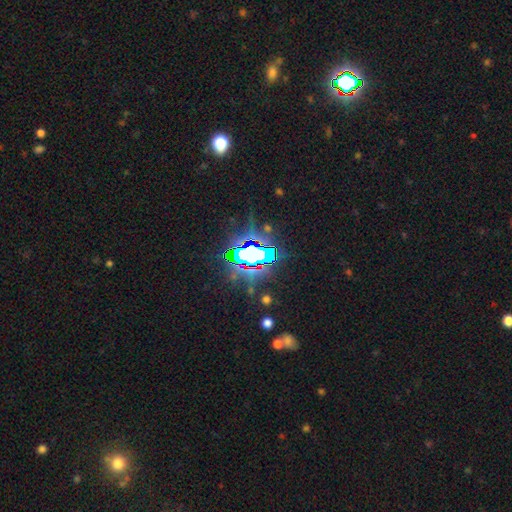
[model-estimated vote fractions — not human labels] This appears to be a star or artifact, not a galaxy (74%).